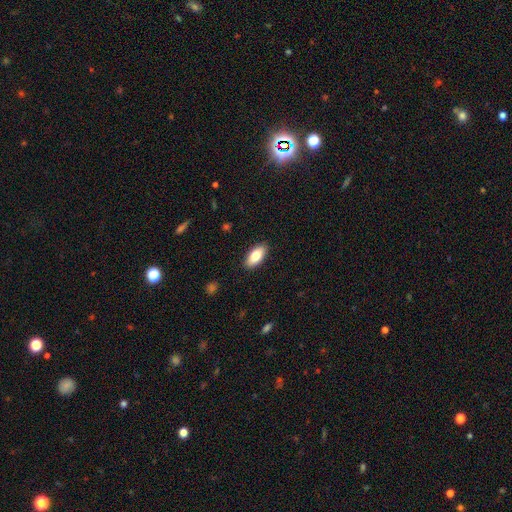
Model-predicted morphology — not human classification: Smooth or featured? smooth (81%)
How rounded? in between (90%)
Merging? none (89%)